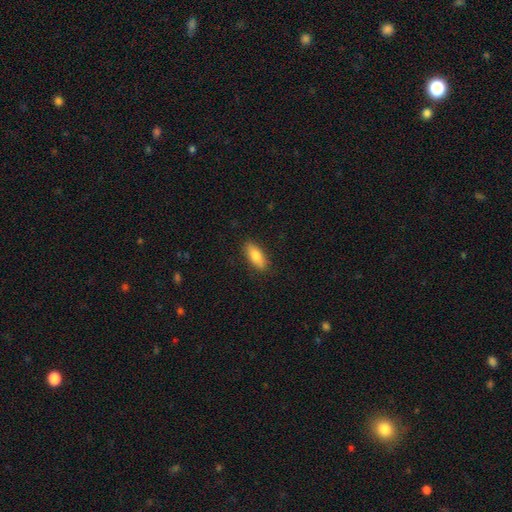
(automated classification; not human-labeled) smooth-or-featured: smooth: 78% | featured or disk: 15% | star or artifact: 6%
  how-rounded: in between: 72% | cigar-shaped: 25% | round: 3%
  merging: none: 87% | minor disturbance: 10% | major disturbance: 2% | merger: 1%